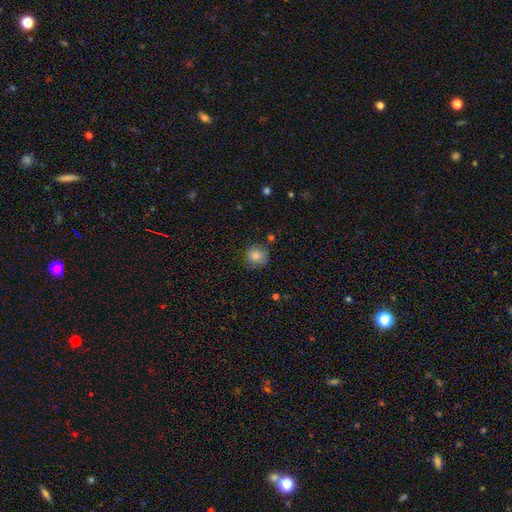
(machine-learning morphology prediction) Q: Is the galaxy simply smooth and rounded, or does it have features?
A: smooth — 85%.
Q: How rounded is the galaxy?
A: round — 86%.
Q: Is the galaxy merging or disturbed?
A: none — 74%.